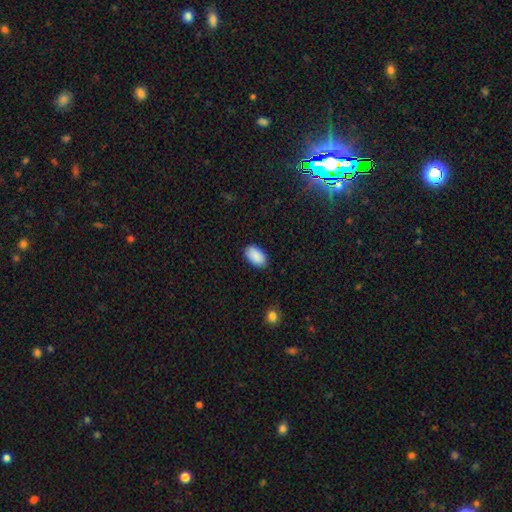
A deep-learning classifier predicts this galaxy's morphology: type=smooth (91%); roundness=in between (94%); merging=none (88%).